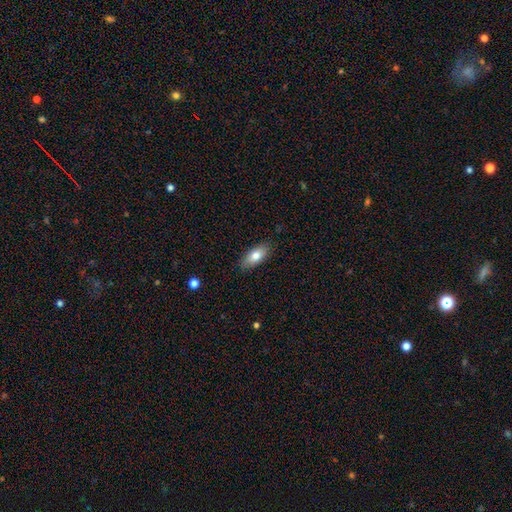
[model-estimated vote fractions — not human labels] This is likely a smooth galaxy (78%). How rounded: clearly in between (85%). Merging: clearly none (85%).